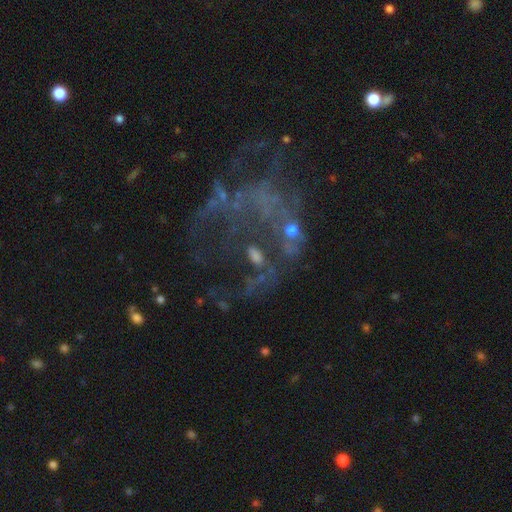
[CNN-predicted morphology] Overall: featured or disk (50%; star or artifact 30%). Edge-on disk: no (94%). Merging: none (43%; major disturbance 28%).